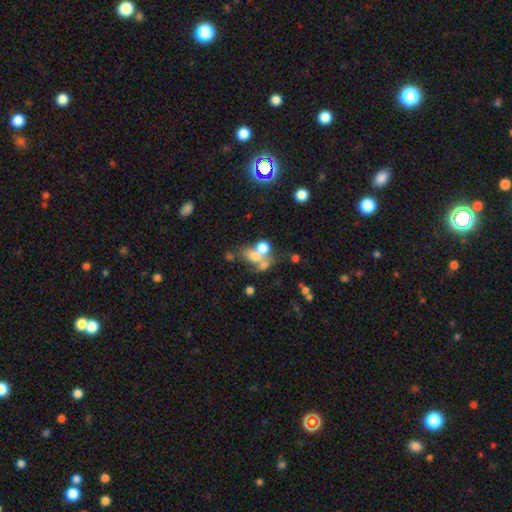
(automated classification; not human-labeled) This appears to be a smooth galaxy with no disk features (57%) that is in between round and cigar-shaped (55%). Merging: merger (52%).